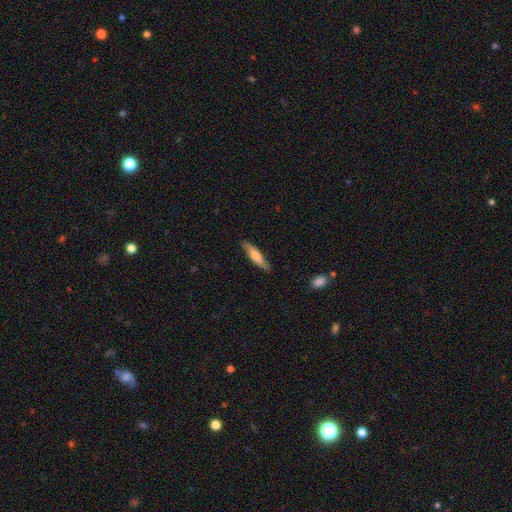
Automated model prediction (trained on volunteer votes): The model was most divided on "smooth or featured": smooth: 62%, featured or disk: 33%, star or artifact: 6%. More confident: merging — none (82%); how rounded — cigar-shaped (75%).